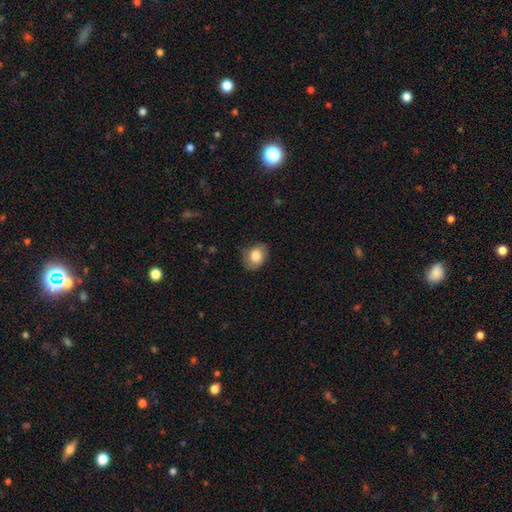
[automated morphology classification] Q: Smooth or featured?
A: smooth (81%); runner-up: featured or disk (11%)
Q: How rounded?
A: in between (61%); runner-up: round (38%)
Q: Merging?
A: none (78%); runner-up: minor disturbance (17%)